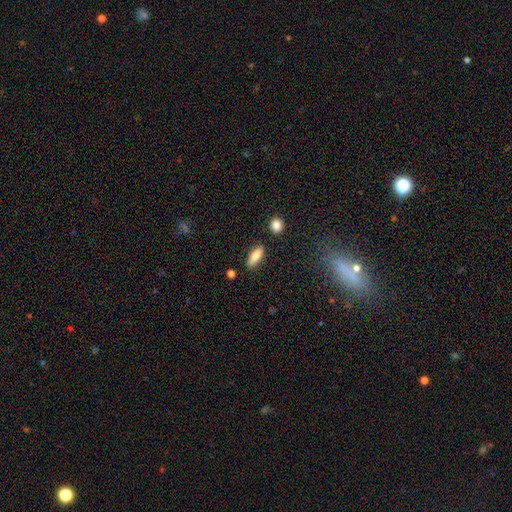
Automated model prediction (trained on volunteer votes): Smooth or featured? smooth (82%)
How rounded? in between (67%)
Merging? none (83%)